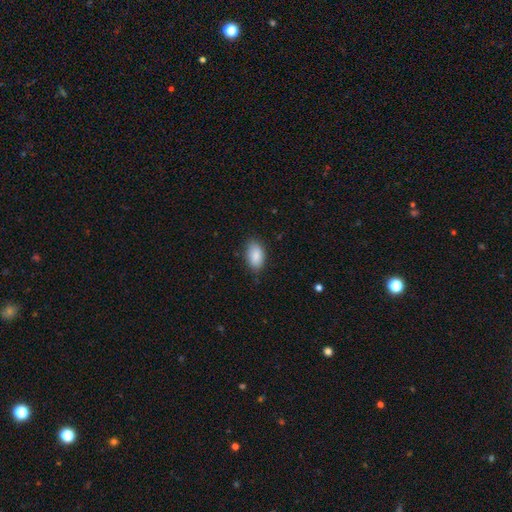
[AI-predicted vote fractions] smooth 89%, star or artifact 7%, featured or disk 5%. Down the decision tree: how rounded — in between (93%); merging — none (77%).